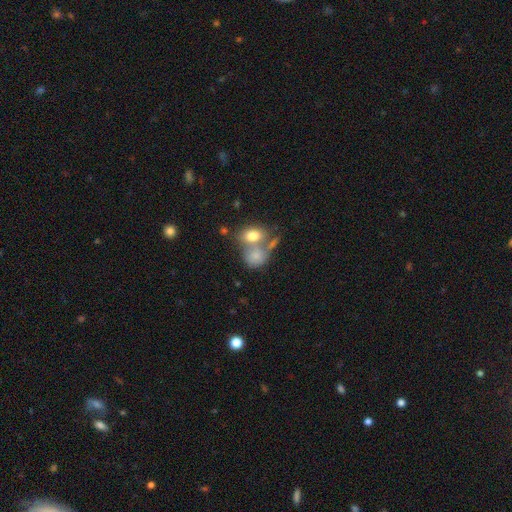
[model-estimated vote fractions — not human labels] Smooth or featured? Predicted: smooth (p=0.73). How rounded? Predicted: round (p=0.50). Merging? Predicted: merger (p=0.55).